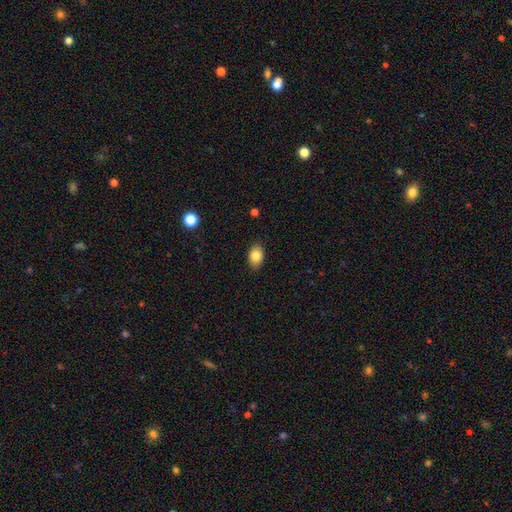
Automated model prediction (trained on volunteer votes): smooth-or-featured: smooth: 85% | star or artifact: 8% | featured or disk: 7%
  how-rounded: in between: 85% | round: 13% | cigar-shaped: 1%
  merging: none: 85% | minor disturbance: 11% | major disturbance: 2% | merger: 1%